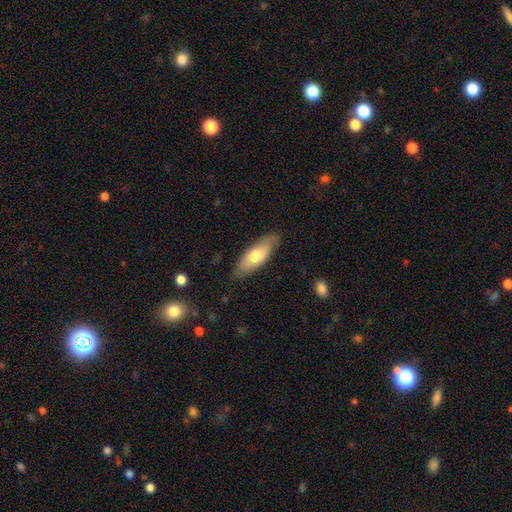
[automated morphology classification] Overall: smooth (67%; featured or disk 28%). How rounded: in between (63%; cigar-shaped 36%). Merging: none (82%).